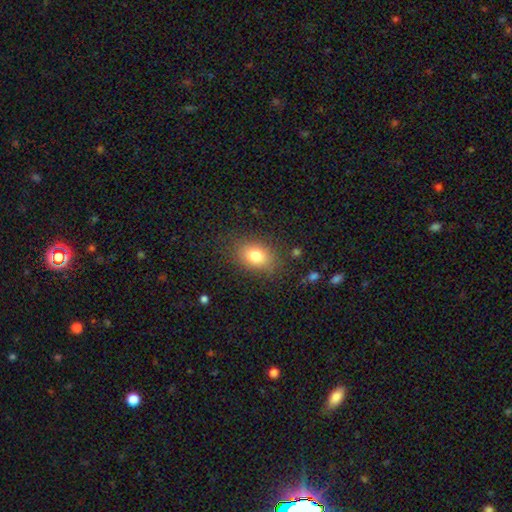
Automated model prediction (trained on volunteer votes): Smooth or featured: smooth — 80% (featured or disk — 11%)
How rounded: in between — 78% (round — 20%)
Merging: none — 80% (minor disturbance — 13%)